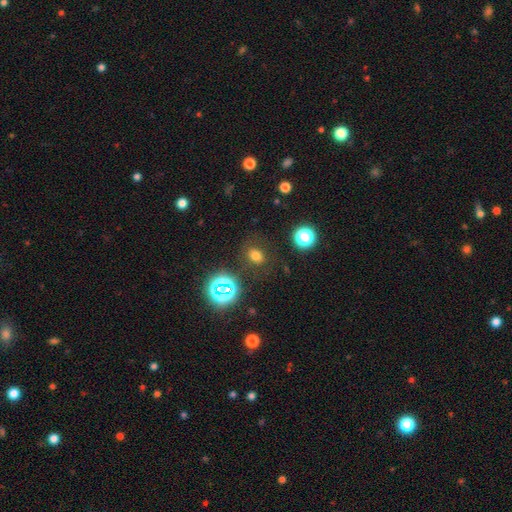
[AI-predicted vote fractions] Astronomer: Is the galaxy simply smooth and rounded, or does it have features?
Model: smooth — 68%.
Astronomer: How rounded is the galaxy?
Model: in between — 51% (runner-up: round, 48%).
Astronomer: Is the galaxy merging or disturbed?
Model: none — 80%.